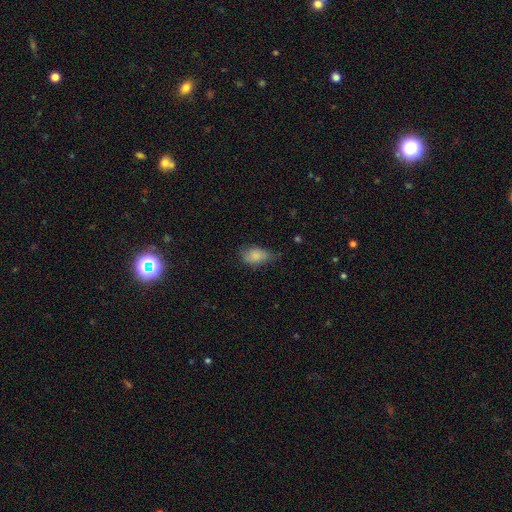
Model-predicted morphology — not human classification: Smooth or featured? smooth (80%)
How rounded? in between (89%)
Merging? none (47%)